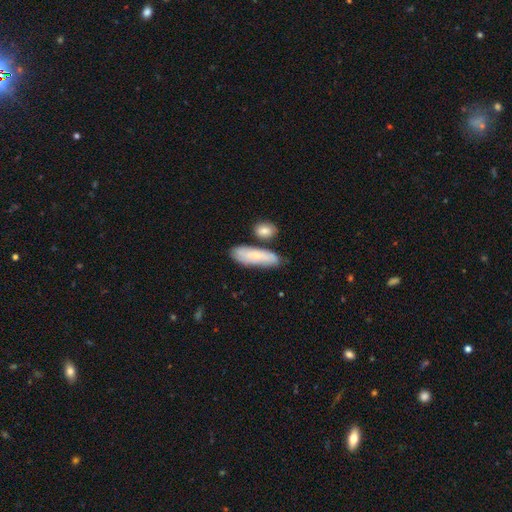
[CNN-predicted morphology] Overall: smooth (64%; featured or disk 30%). How rounded: in between (55%; cigar-shaped 42%). Merging: none (67%).